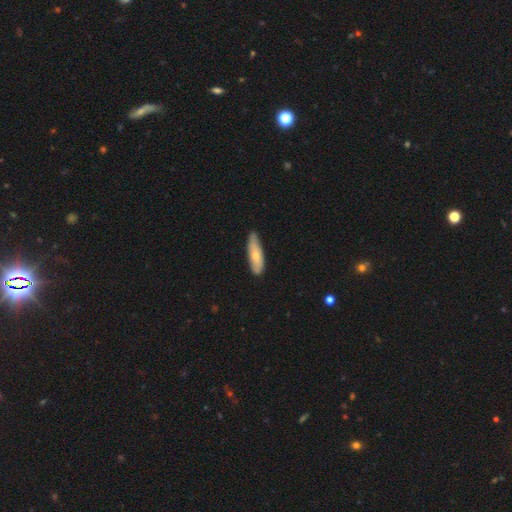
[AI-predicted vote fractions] Overall: smooth (64%; featured or disk 30%). How rounded: cigar-shaped (55%; in between 43%). Merging: none (69%).